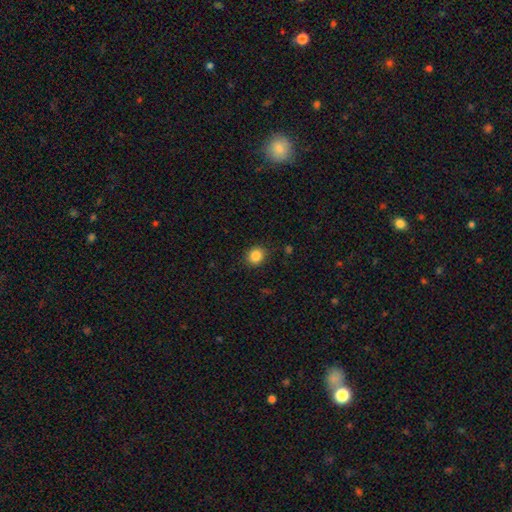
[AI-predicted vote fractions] Smooth or featured? smooth (86%)
How rounded? round (77%)
Merging? none (88%)